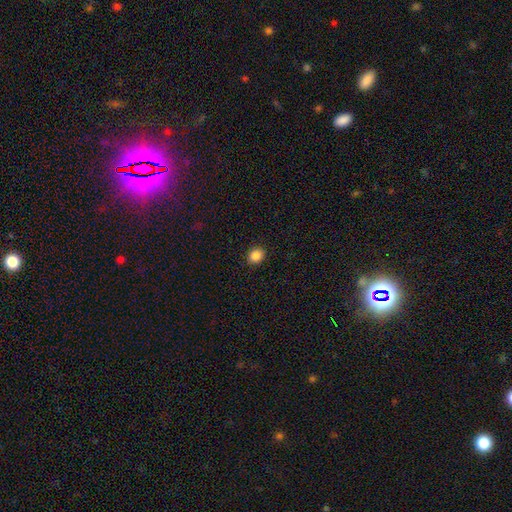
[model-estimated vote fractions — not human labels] smooth-or-featured: smooth: 87% | star or artifact: 10% | featured or disk: 3%
  how-rounded: round: 64% | in between: 35% | cigar-shaped: 1%
  merging: none: 90% | minor disturbance: 7% | major disturbance: 2% | merger: 1%